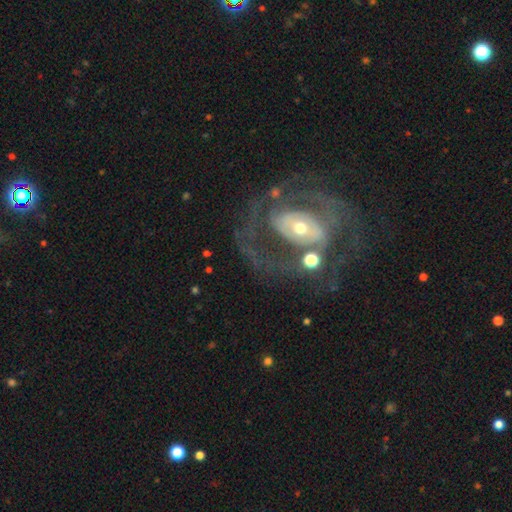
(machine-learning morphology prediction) smooth_or_featured: featured or disk (p=0.79) [alt: smooth p=0.13]
disk_edge_on: no (p=0.95) [alt: yes p=0.05]
bar: no (p=0.46) [alt: weak p=0.29]
has_spiral_arms: yes (p=0.64) [alt: no p=0.36]
bulge_size: small (p=0.55) [alt: moderate p=0.36]
merging: none (p=0.58) [alt: major disturbance p=0.19]